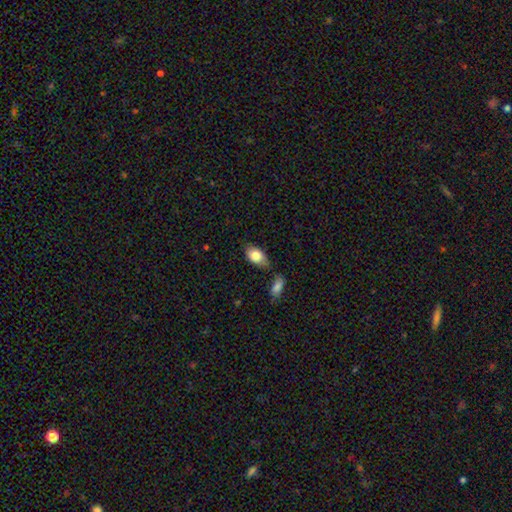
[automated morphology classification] smooth 81%, featured or disk 13%, star or artifact 6%. Down the decision tree: how rounded — in between (91%); merging — none (64%).